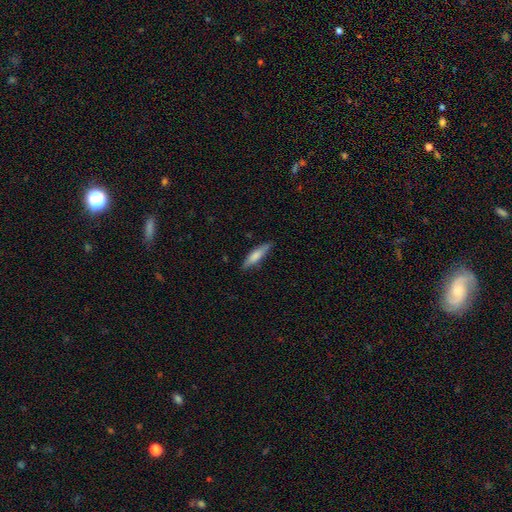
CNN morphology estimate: smooth 70%, featured or disk 24%, star or artifact 6%. Down the decision tree: how rounded — cigar-shaped (77%); merging — none (84%).